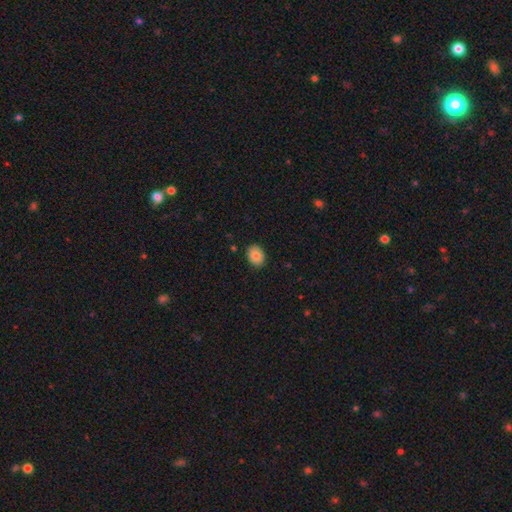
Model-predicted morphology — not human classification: smooth_or_featured: smooth (p=0.85) [alt: star or artifact p=0.08]
how_rounded: in between (p=0.58) [alt: round p=0.41]
merging: none (p=0.89) [alt: minor disturbance p=0.09]